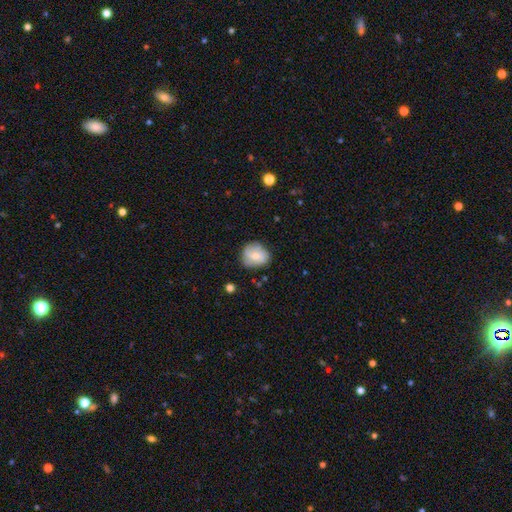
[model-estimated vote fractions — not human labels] This is likely a smooth galaxy (63%). How rounded: likely round (70%). Merging: likely none (68%).